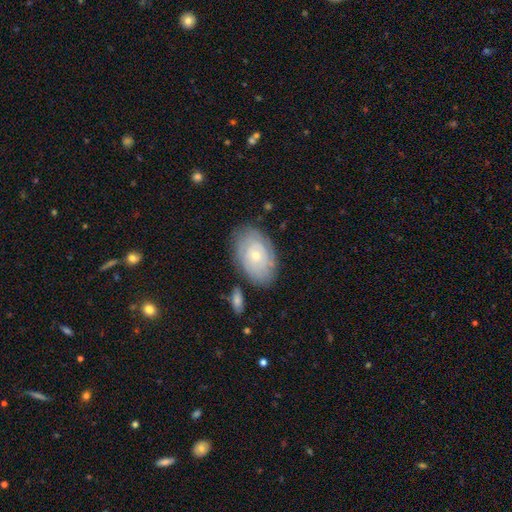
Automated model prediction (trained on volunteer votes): smooth-or-featured: featured or disk: 61% | smooth: 32% | star or artifact: 7%
  disk-edge-on: no: 95% | yes: 5%
    bar: no: 85% | weak: 13% | strong: 2%
    has-spiral-arms: yes: 74% | no: 26%
    bulge-size: small: 65% | moderate: 31% | large: 2% | none: 1% | dominant: 1%
  merging: none: 77% | minor disturbance: 16% | major disturbance: 5% | merger: 3%